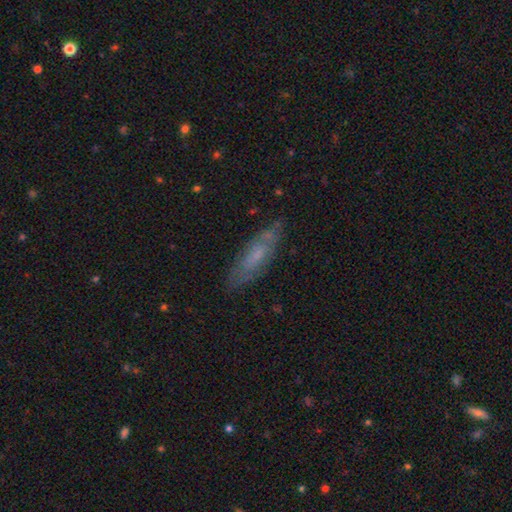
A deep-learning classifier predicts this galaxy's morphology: smooth_or_featured: smooth (p=0.48) [alt: featured or disk p=0.44]
merging: none (p=0.74) [alt: minor disturbance p=0.19]